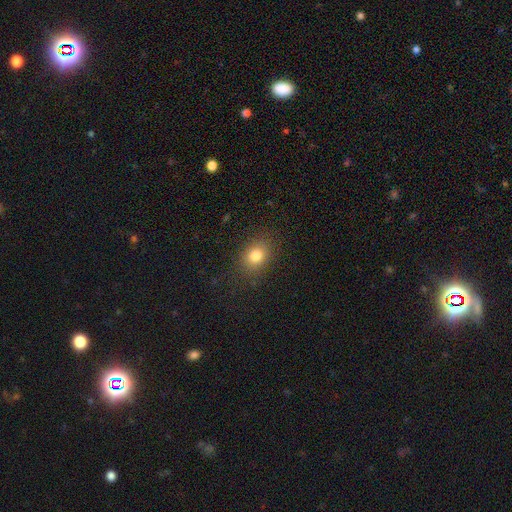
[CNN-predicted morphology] A smooth galaxy with no disk features (79%) that is in between round and cigar-shaped (57%).

Vote fractions:
- Smooth or featured? smooth: 79% / star or artifact: 12% / featured or disk: 9%
- How rounded? in between: 57% / round: 41% / cigar-shaped: 1%
- Merging? none: 85% / minor disturbance: 10% / major disturbance: 4% / merger: 1%